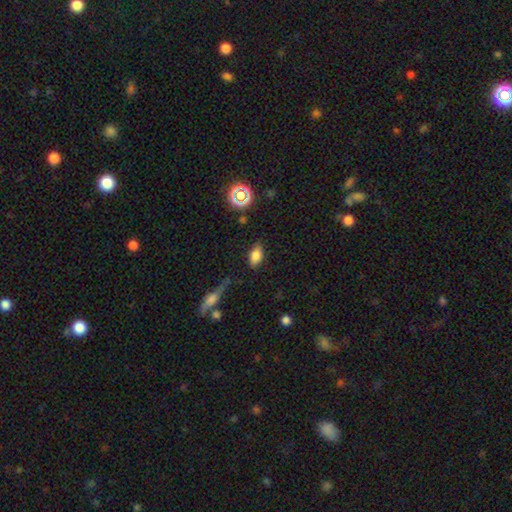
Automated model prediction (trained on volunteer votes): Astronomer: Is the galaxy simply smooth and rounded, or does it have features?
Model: smooth — 79%.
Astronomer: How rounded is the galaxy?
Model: in between — 88%.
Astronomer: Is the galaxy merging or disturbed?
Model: none — 81%.